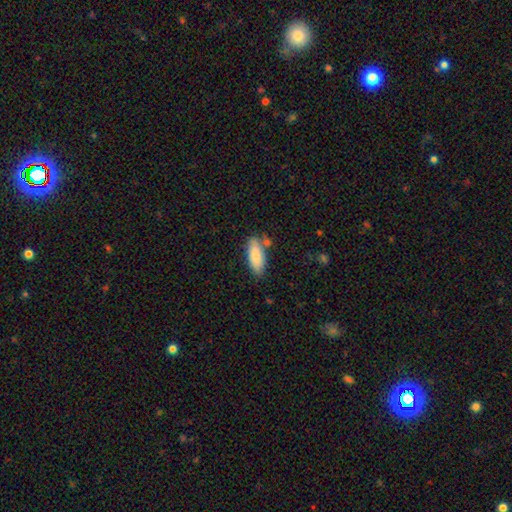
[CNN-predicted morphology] A smooth galaxy with no disk features (83%) that is in between round and cigar-shaped (78%). Merging: none (72%).